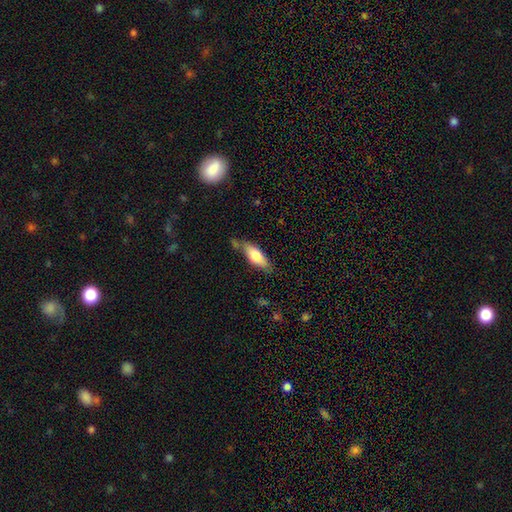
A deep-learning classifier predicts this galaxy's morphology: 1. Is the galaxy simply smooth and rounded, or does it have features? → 71% smooth, 23% featured or disk, 6% star or artifact.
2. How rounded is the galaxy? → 63% in between, 34% cigar-shaped, 2% round.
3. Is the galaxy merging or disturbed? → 66% none, 22% minor disturbance, 7% merger, 5% major disturbance.